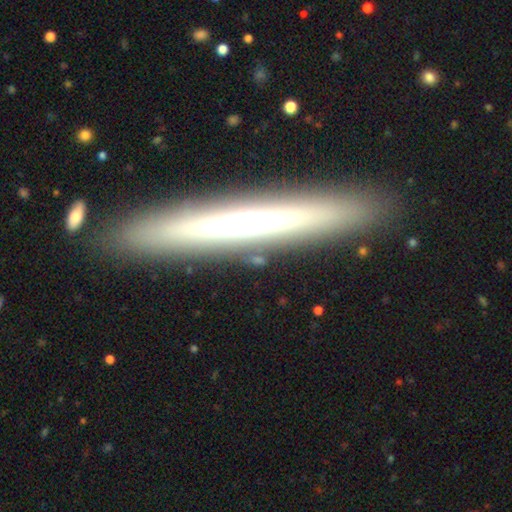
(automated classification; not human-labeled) Smooth or featured? featured or disk (61%)
Edge-on disk? yes (93%)
Edge-on bulge? rounded (44%)
Merging? none (88%)